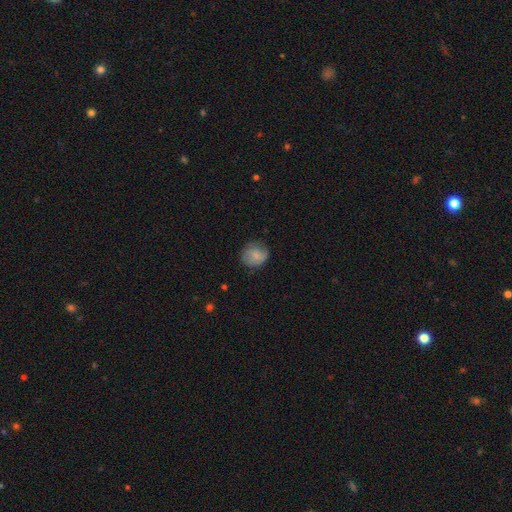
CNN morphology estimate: Smooth or featured? Predicted: smooth (p=0.76). How rounded? Predicted: round (p=0.81). Merging? Predicted: none (p=0.74).